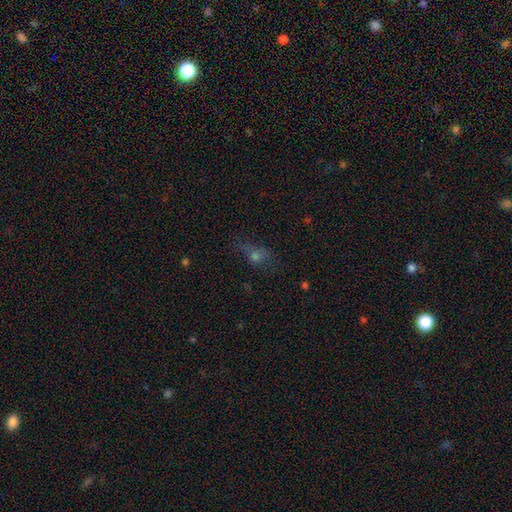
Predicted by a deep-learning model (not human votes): Morphology: type=smooth (51%); roundness=in between (56%); merging=none (55%).